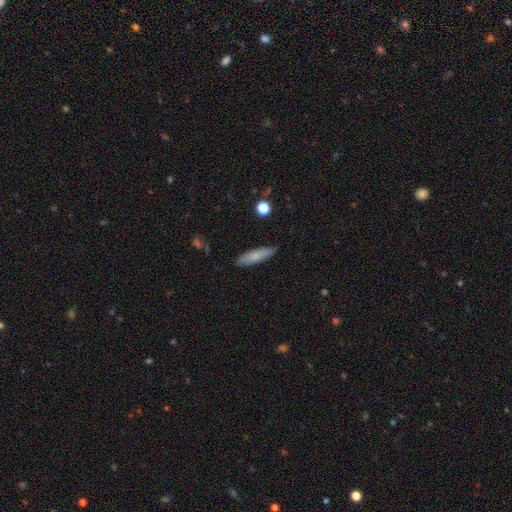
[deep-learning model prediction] A smooth galaxy with no disk features (73%) that is cigar-shaped (75%).

Vote fractions:
- Smooth or featured? smooth: 73% / featured or disk: 20% / star or artifact: 7%
- How rounded? cigar-shaped: 75% / in between: 23% / round: 2%
- Merging? none: 86% / minor disturbance: 11% / major disturbance: 2% / merger: 1%